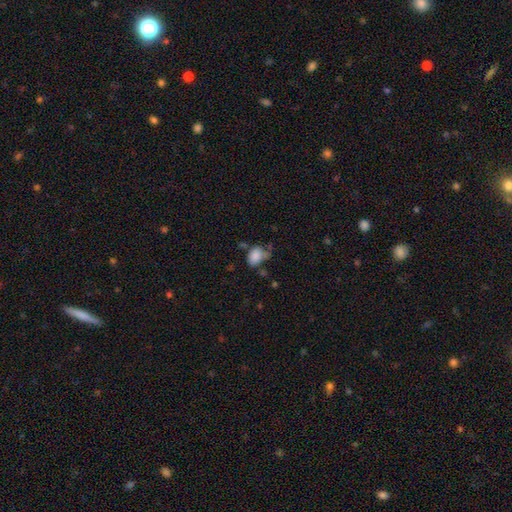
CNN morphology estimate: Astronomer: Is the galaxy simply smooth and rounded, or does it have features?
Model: smooth — 82%.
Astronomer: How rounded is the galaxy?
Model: in between — 71%.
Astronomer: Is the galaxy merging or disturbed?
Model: none — 41% (runner-up: minor disturbance, 31%).